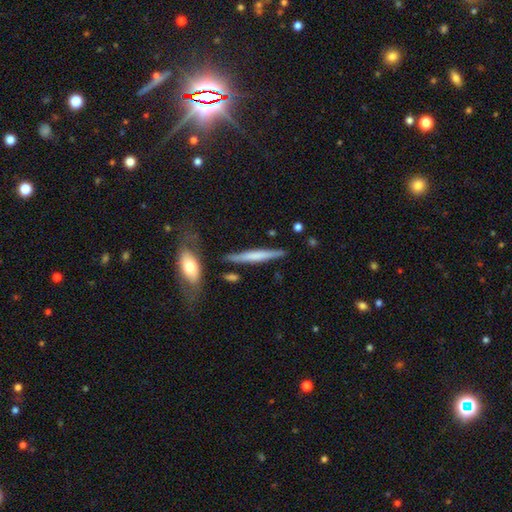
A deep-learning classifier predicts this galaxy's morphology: Overall: smooth (52%; featured or disk 43%). How rounded: cigar-shaped (94%). Merging: none (80%).